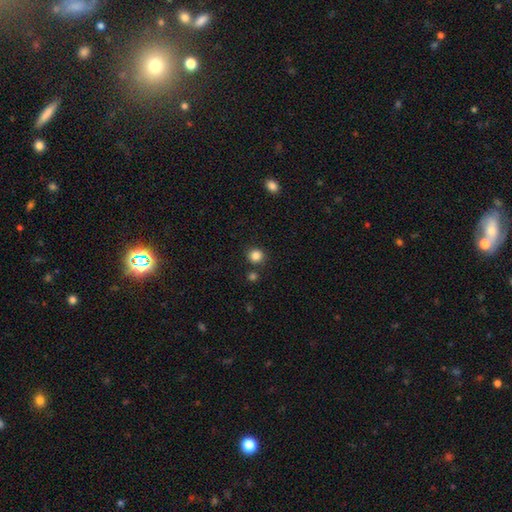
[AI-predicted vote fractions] A smooth galaxy with no disk features (85%) that is round (91%). Merging: none (84%).